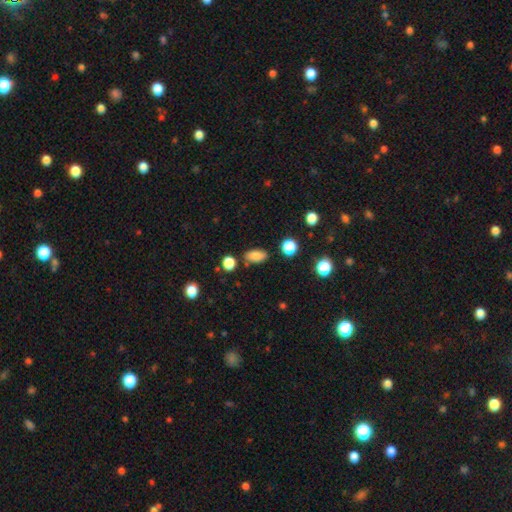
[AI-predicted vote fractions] Smooth or featured? Predicted: smooth (p=0.83). How rounded? Predicted: in between (p=0.88). Merging? Predicted: none (p=0.80).